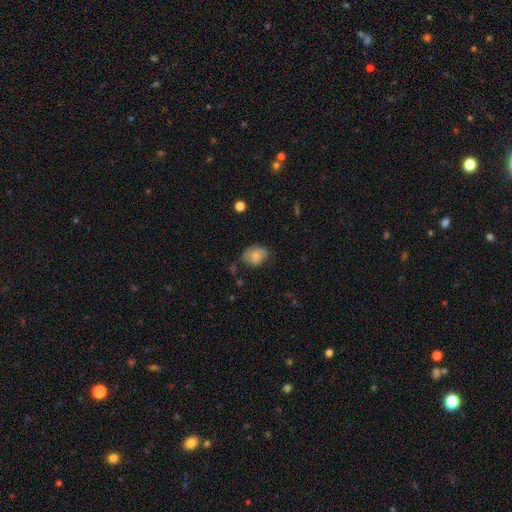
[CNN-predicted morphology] Smooth or featured: smooth — 71% (featured or disk — 21%)
How rounded: in between — 65% (round — 34%)
Merging: none — 55% (minor disturbance — 33%)